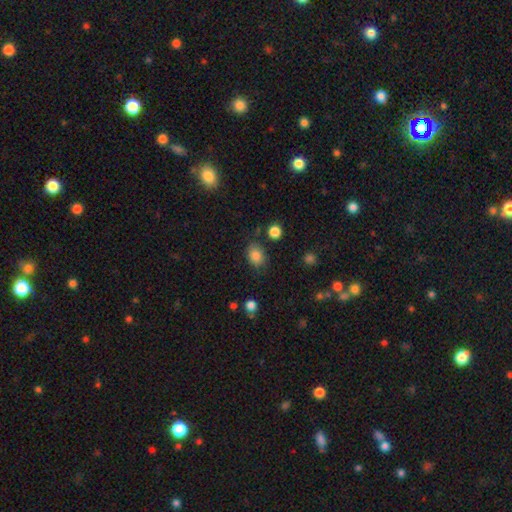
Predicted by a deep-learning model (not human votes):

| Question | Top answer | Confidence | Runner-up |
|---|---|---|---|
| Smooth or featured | smooth | 84% | star or artifact (10%) |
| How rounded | in between | 66% | round (33%) |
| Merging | none | 75% | minor disturbance (17%) |